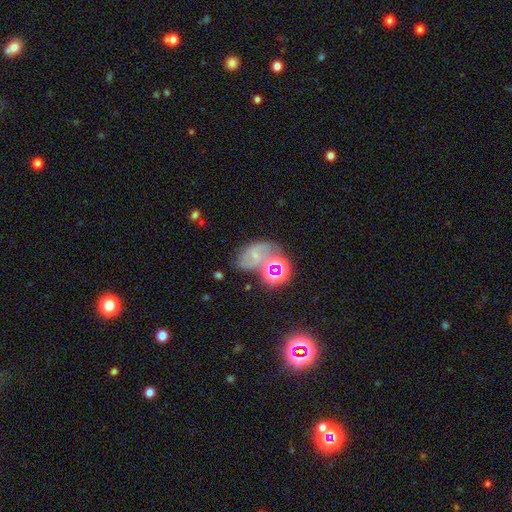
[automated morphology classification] featured or disk 42%, smooth 32%, star or artifact 26%. Down the decision tree: merging — none (43%).